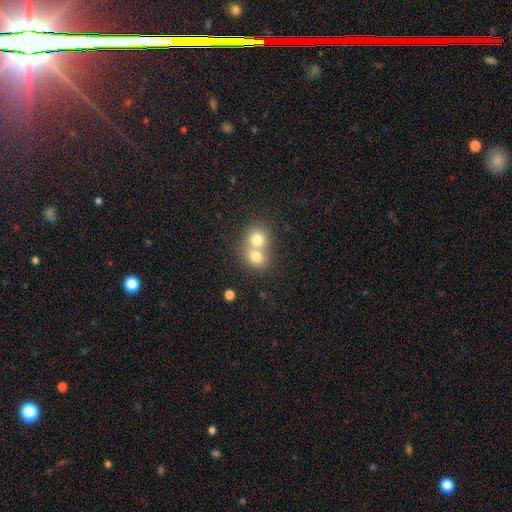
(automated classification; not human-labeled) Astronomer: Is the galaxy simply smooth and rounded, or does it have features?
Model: smooth — 66%.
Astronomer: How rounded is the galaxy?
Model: round — 78%.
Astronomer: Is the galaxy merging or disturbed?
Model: merger — 62%.